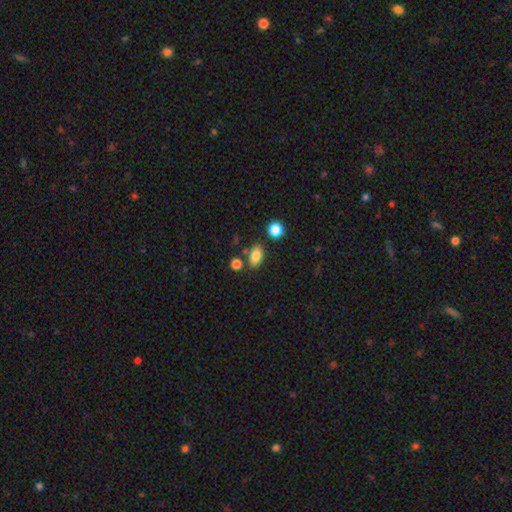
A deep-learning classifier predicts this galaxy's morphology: smooth 82%, star or artifact 10%, featured or disk 8%. Down the decision tree: how rounded — in between (84%); merging — none (75%).